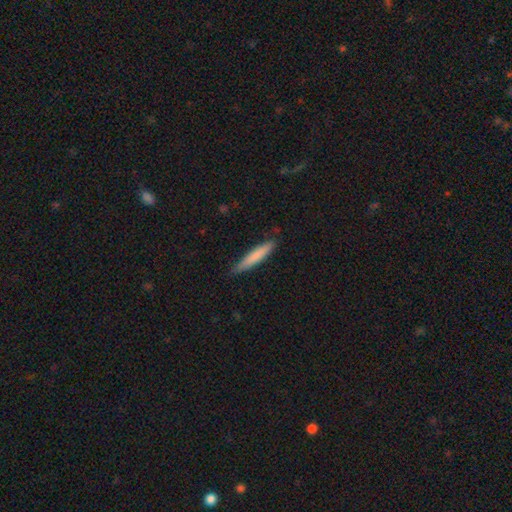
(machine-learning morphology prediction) The model was most divided on "smooth or featured": smooth: 77%, featured or disk: 18%, star or artifact: 5%. More confident: how rounded — cigar-shaped (93%); merging — none (85%).